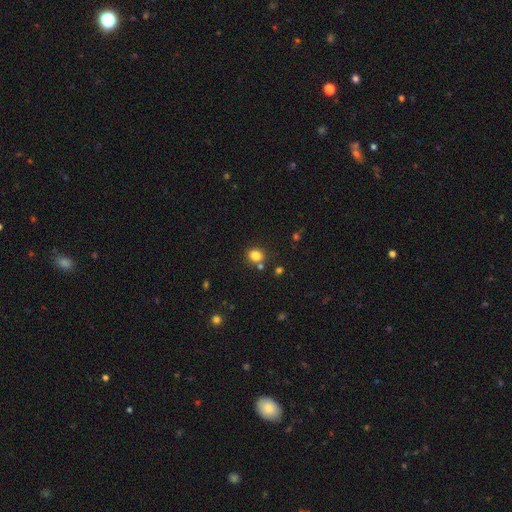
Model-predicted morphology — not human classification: Smooth or featured: smooth — 82% (star or artifact — 13%)
How rounded: round — 72% (in between — 27%)
Merging: none — 77% (merger — 11%)